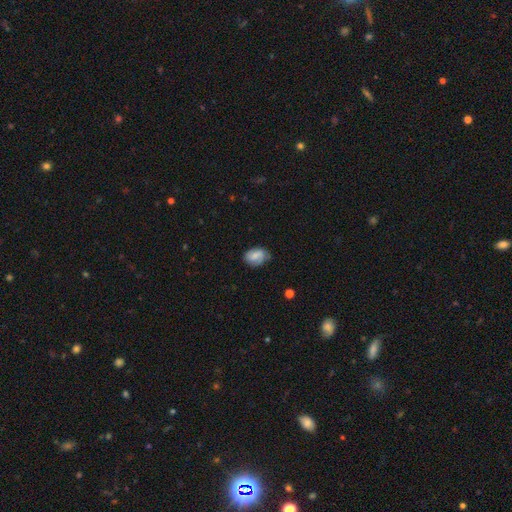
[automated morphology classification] This appears to be a smooth galaxy with no disk features (61%) that is in between round and cigar-shaped (75%). Merging: none (62%).